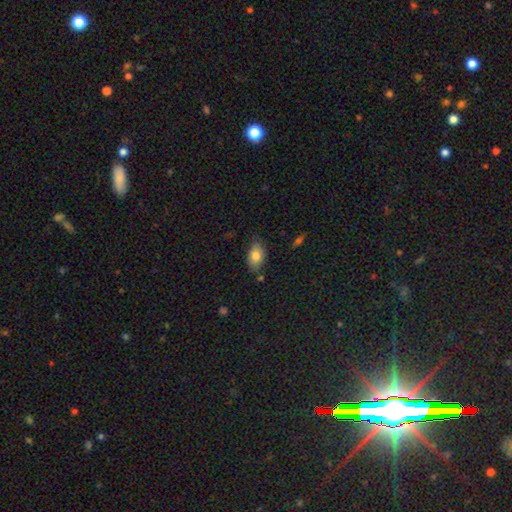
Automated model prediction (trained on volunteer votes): Q: Smooth or featured?
A: smooth (79%); runner-up: featured or disk (13%)
Q: How rounded?
A: in between (90%); runner-up: round (7%)
Q: Merging?
A: none (72%); runner-up: minor disturbance (22%)